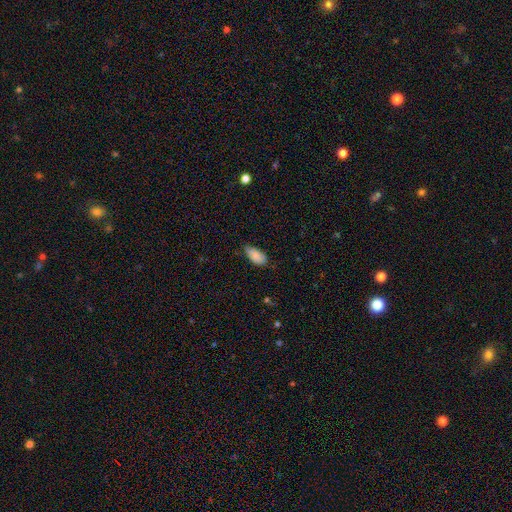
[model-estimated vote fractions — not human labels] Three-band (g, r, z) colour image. It shows a smooth galaxy with no disk features (86%) that is in between round and cigar-shaped (93%). Merging: none (63%).